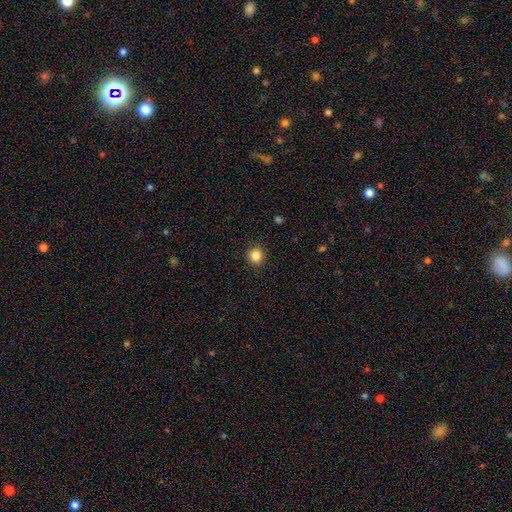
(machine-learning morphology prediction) smooth 85%, star or artifact 10%, featured or disk 4%. Down the decision tree: how rounded — round (89%); merging — none (90%).